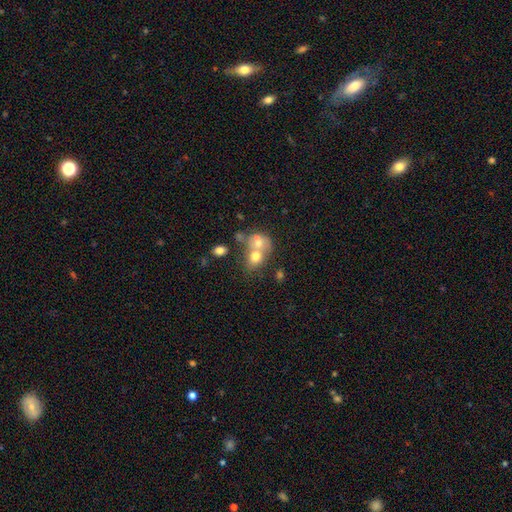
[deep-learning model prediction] Morphology: type=smooth (66%); roundness=round (51%); merging=merger (64%).